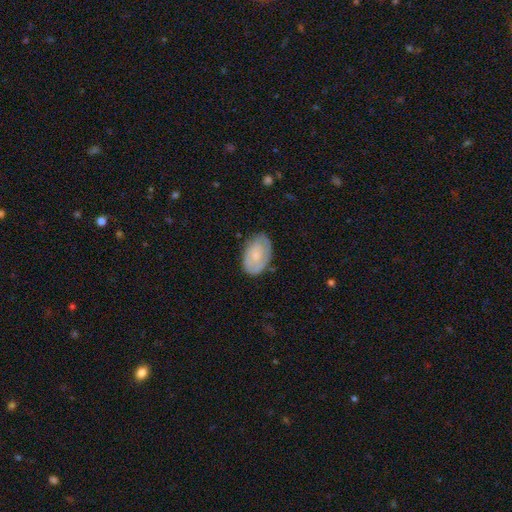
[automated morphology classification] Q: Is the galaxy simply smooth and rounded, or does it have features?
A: smooth — 60%.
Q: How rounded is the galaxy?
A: in between — 89%.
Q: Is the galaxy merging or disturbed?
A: none — 72%.